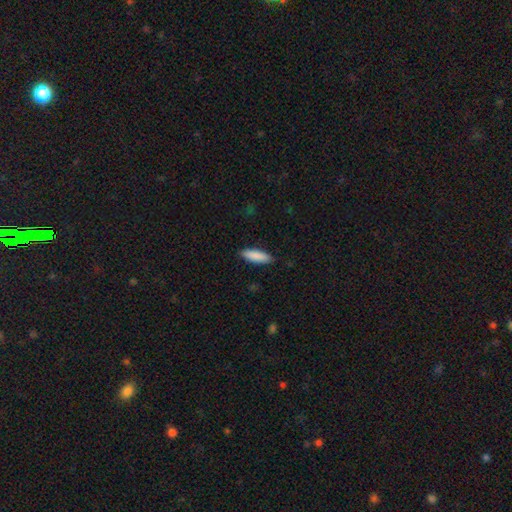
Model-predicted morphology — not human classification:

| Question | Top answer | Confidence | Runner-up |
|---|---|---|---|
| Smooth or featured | smooth | 88% | featured or disk (6%) |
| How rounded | cigar-shaped | 57% | in between (41%) |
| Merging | none | 88% | minor disturbance (9%) |